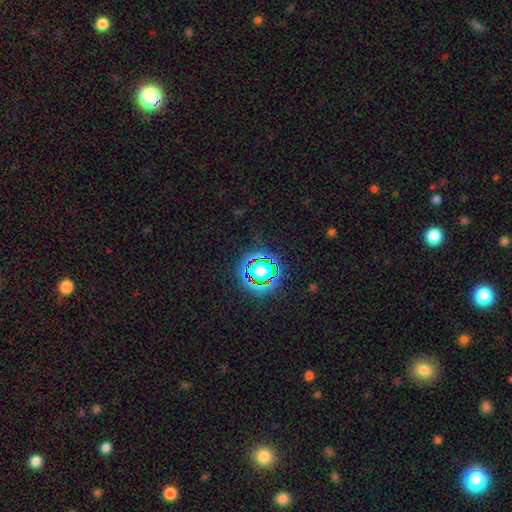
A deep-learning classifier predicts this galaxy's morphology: Smooth or featured?
  - star or artifact: 79% *
  - smooth: 14%
  - featured or disk: 7%